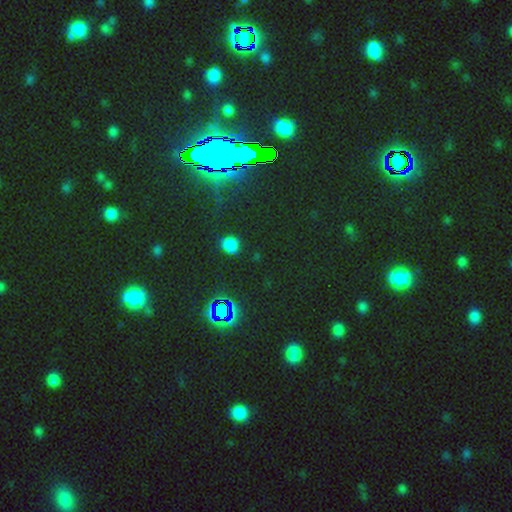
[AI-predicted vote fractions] smooth-or-featured: star or artifact: 72% | smooth: 19% | featured or disk: 9%